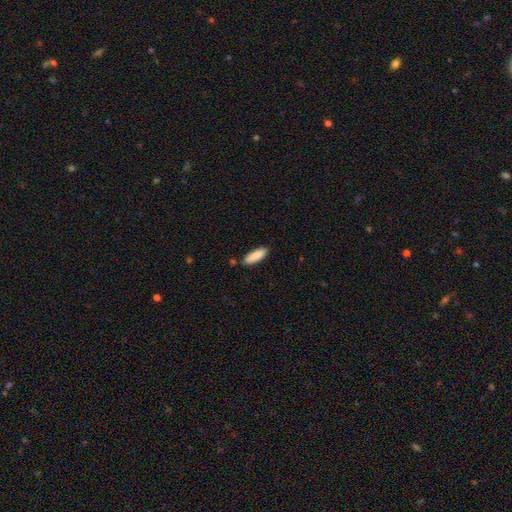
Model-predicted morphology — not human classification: This is clearly a smooth galaxy (89%). How rounded: possibly in between (54%). Merging: clearly none (83%).